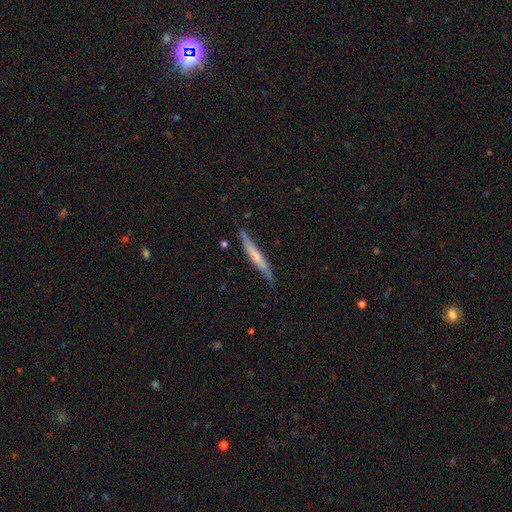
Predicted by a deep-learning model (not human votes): This is possibly a featured or disk galaxy (49%). Merging: likely none (75%).